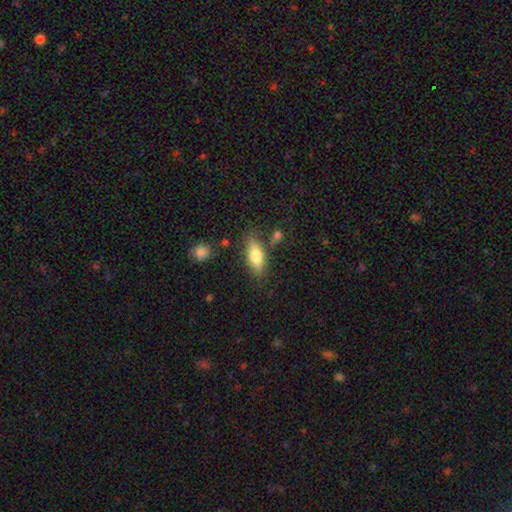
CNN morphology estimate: Q: Smooth or featured?
A: smooth (76%); runner-up: featured or disk (17%)
Q: How rounded?
A: in between (76%); runner-up: cigar-shaped (21%)
Q: Merging?
A: none (75%); runner-up: minor disturbance (15%)